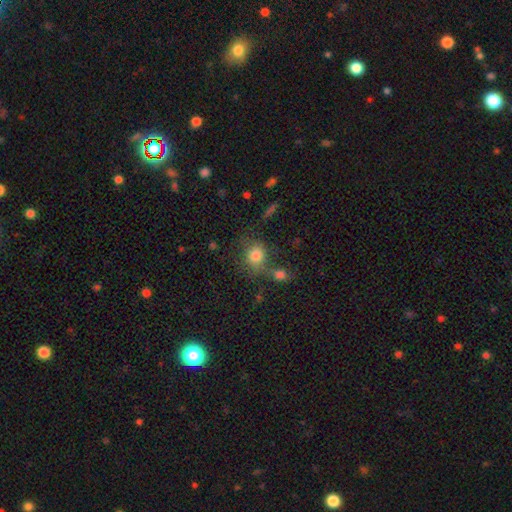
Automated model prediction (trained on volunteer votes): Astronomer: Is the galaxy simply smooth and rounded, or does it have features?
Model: smooth — 79%.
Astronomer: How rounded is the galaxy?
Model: round — 74%.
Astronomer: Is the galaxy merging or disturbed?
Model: none — 55%.